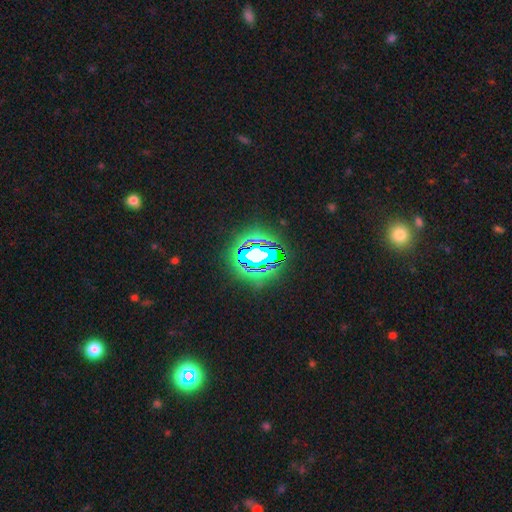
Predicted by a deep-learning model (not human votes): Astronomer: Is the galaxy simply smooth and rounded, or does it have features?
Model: star or artifact — 69%.